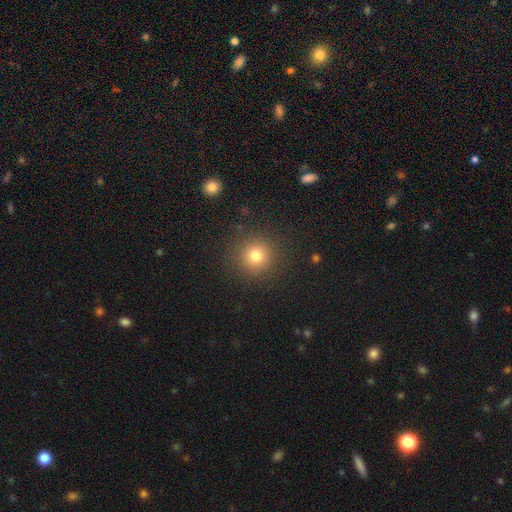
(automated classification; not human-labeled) The model was most divided on "smooth or featured": smooth: 78%, star or artifact: 15%, featured or disk: 8%. More confident: how rounded — round (93%); merging — none (89%).